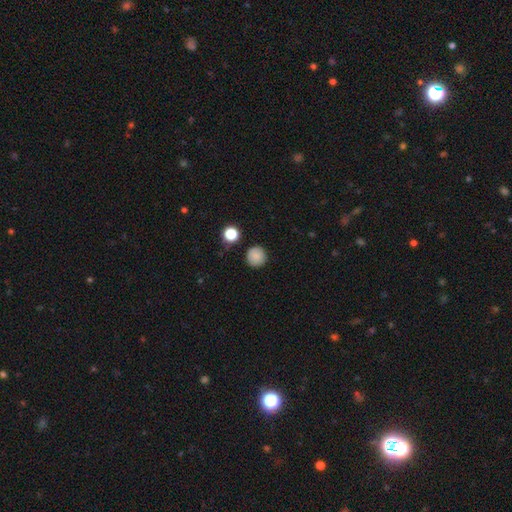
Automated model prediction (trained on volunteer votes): A smooth galaxy with no disk features (85%) that is round (95%).

Vote fractions:
- Smooth or featured? smooth: 85% / star or artifact: 11% / featured or disk: 5%
- How rounded? round: 95% / in between: 4% / cigar-shaped: 1%
- Merging? none: 88% / minor disturbance: 8% / major disturbance: 2% / merger: 2%